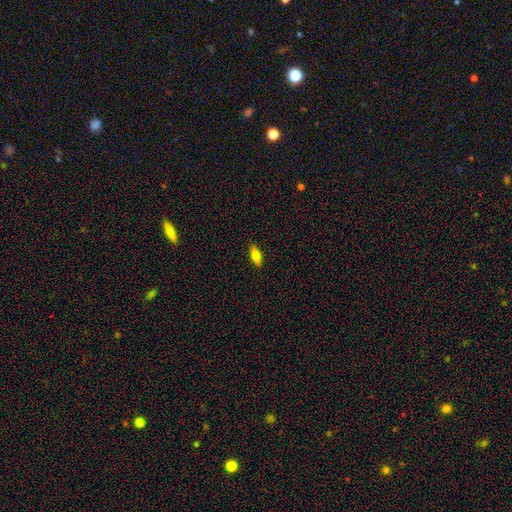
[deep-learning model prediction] smooth-or-featured: smooth: 77% | featured or disk: 16% | star or artifact: 7%
  how-rounded: in between: 70% | cigar-shaped: 28% | round: 2%
  merging: none: 88% | minor disturbance: 9% | major disturbance: 2% | merger: 1%